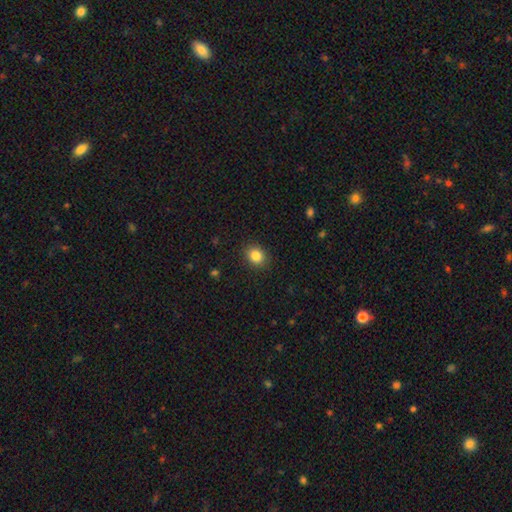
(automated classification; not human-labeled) Smooth or featured? Predicted: smooth (p=0.85). How rounded? Predicted: round (p=0.60). Merging? Predicted: none (p=0.88).